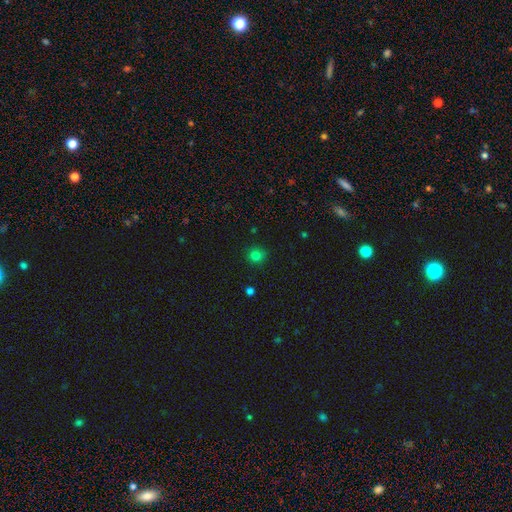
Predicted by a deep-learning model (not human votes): The model was most divided on "smooth or featured": smooth: 80%, star or artifact: 15%, featured or disk: 5%. More confident: how rounded — round (89%); merging — none (87%).